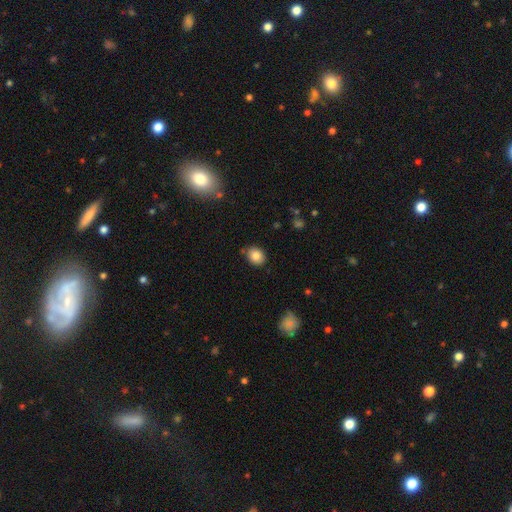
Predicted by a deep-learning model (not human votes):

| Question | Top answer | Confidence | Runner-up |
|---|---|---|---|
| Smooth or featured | smooth | 83% | star or artifact (9%) |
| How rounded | round | 56% | in between (43%) |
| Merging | none | 80% | minor disturbance (14%) |